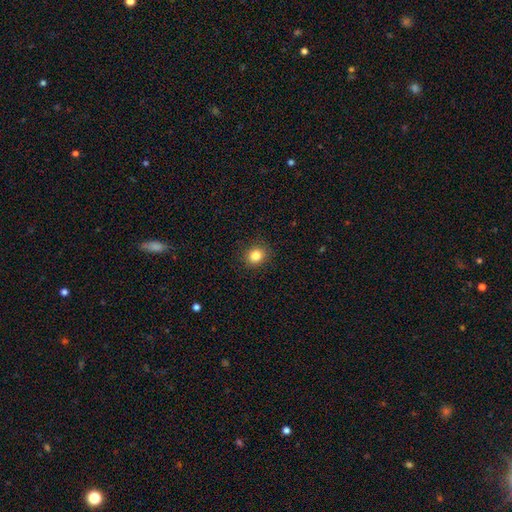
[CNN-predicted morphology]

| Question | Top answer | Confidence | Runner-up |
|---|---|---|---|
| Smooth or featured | smooth | 84% | star or artifact (11%) |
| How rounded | round | 77% | in between (22%) |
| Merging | none | 90% | minor disturbance (7%) |